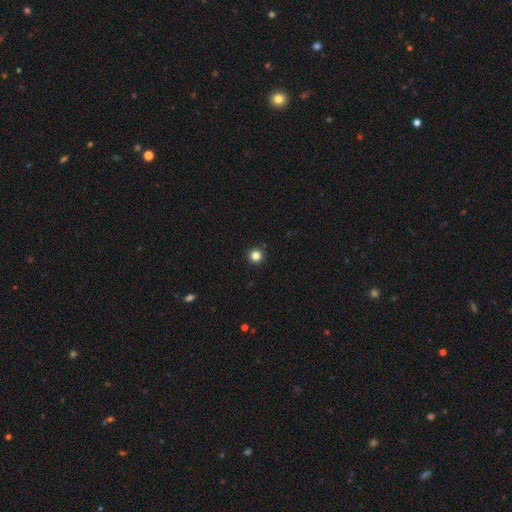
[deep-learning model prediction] smooth-or-featured: smooth: 84% | star or artifact: 12% | featured or disk: 4%
  how-rounded: round: 96% | in between: 3% | cigar-shaped: 1%
  merging: none: 94% | minor disturbance: 4% | major disturbance: 1% | merger: 1%